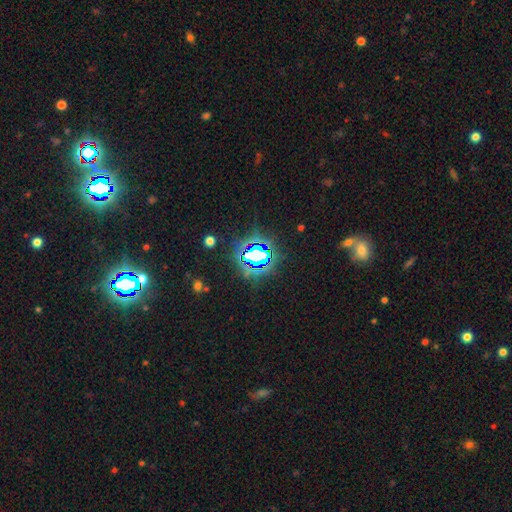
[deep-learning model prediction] This appears to be a star or artifact, not a galaxy (74%).